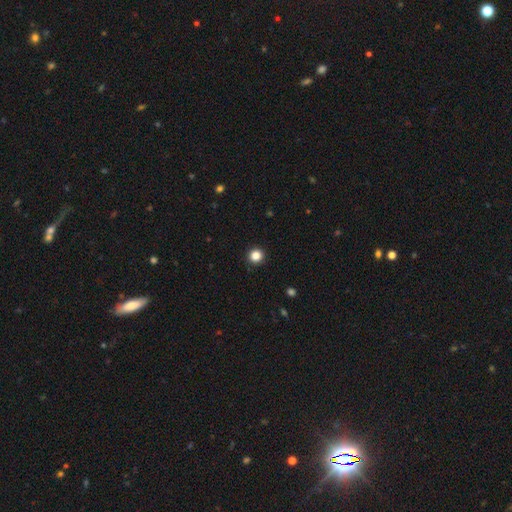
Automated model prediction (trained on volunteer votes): Smooth or featured? smooth (85%)
How rounded? round (94%)
Merging? none (93%)